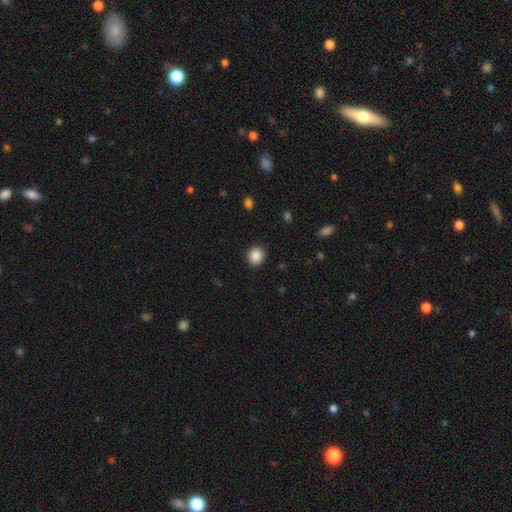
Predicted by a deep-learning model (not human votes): smooth 88%, star or artifact 9%, featured or disk 3%. Down the decision tree: how rounded — round (83%); merging — none (90%).